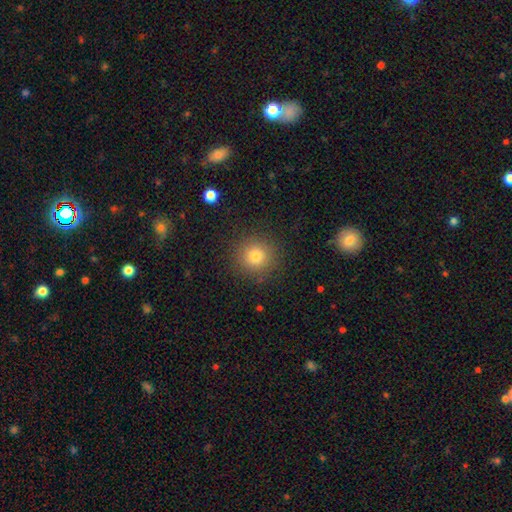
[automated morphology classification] A smooth galaxy with no disk features (79%) that is round (94%).

Vote fractions:
- Smooth or featured? smooth: 79% / star or artifact: 13% / featured or disk: 8%
- How rounded? round: 94% / in between: 5% / cigar-shaped: 1%
- Merging? none: 89% / minor disturbance: 7% / major disturbance: 3% / merger: 1%